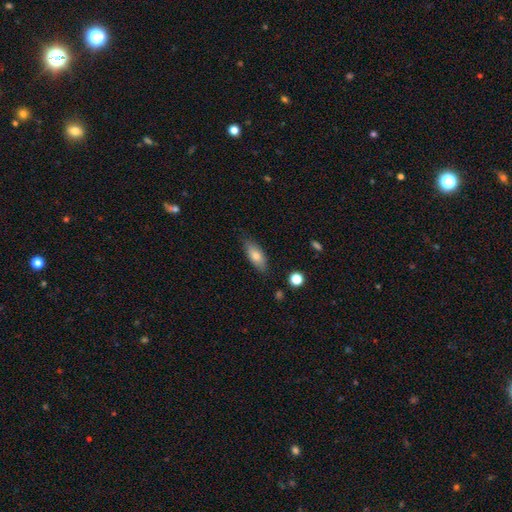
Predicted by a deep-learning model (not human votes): smooth_or_featured: smooth (p=0.75) [alt: featured or disk p=0.17]
how_rounded: in between (p=0.79) [alt: cigar-shaped p=0.18]
merging: none (p=0.81) [alt: minor disturbance p=0.15]